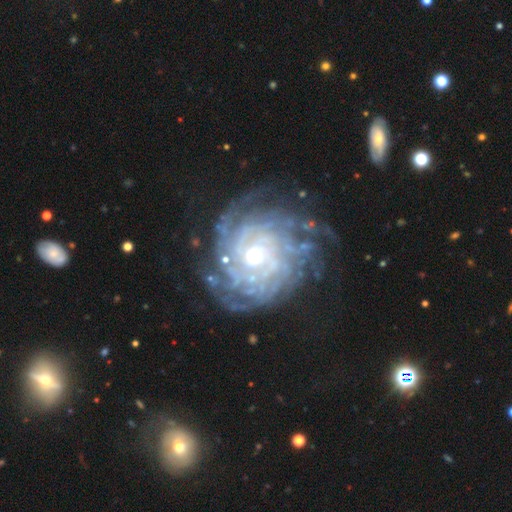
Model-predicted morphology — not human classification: Smooth or featured?
  - featured or disk: 90% *
  - star or artifact: 6%
  - smooth: 4%
Edge-on disk?
  - no: 97% *
  - yes: 3%
Bar?
  - no: 71% *
  - weak: 22%
  - strong: 7%
Spiral arms?
  - yes: 97% *
  - no: 3%
Spiral winding?
  - tight: 78% *
  - medium: 18%
  - loose: 4%
Spiral arm count?
  - more than 4: 32% *
  - can't tell: 27%
  - 4: 16%
  - 3: 10%
  - 2: 8%
  - 1: 7%
Bulge size?
  - small: 57% *
  - moderate: 39%
  - large: 3%
  - none: 1%
  - dominant: 1%
Merging?
  - none: 76% *
  - minor disturbance: 15%
  - major disturbance: 8%
  - merger: 2%